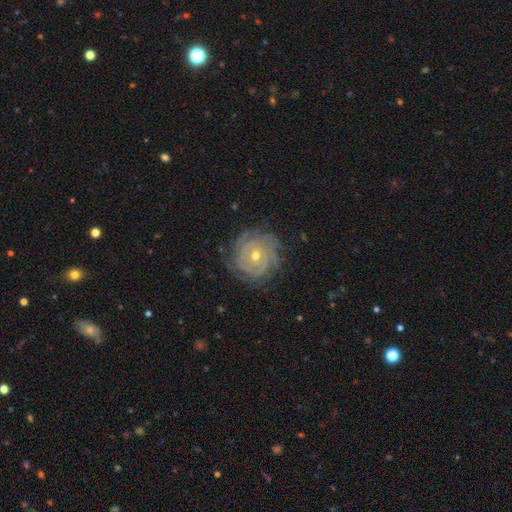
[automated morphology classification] A featured or disk galaxy (84%) with no bar (71%), tight (81%) spiral arms (95%) and a moderate central bulge (52%). Merging: none (79%).